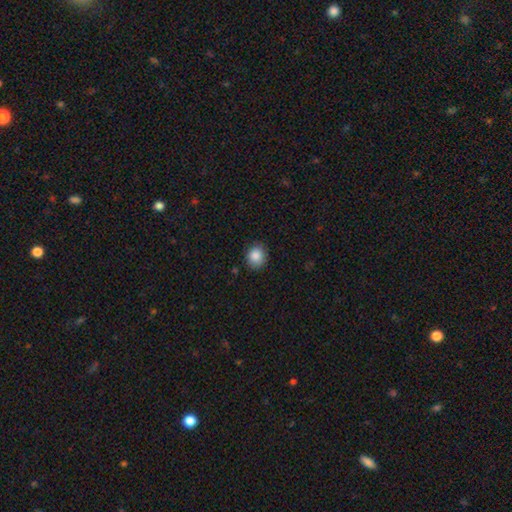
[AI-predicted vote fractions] A smooth galaxy with no disk features (87%) that is round (75%).

Vote fractions:
- Smooth or featured? smooth: 87% / star or artifact: 9% / featured or disk: 4%
- How rounded? round: 75% / in between: 24% / cigar-shaped: 1%
- Merging? none: 86% / minor disturbance: 11% / major disturbance: 2% / merger: 1%